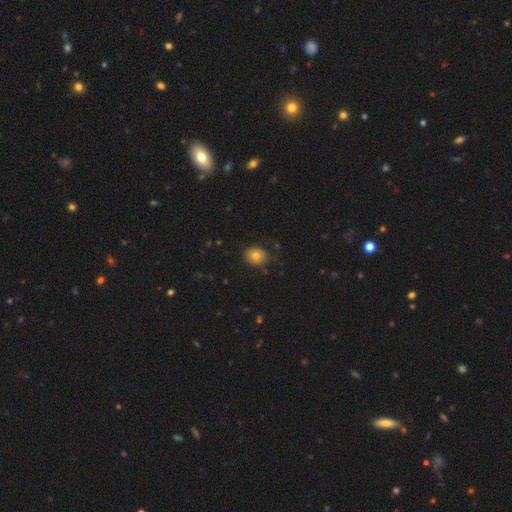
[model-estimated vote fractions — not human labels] A smooth galaxy with no disk features (79%) that is round (70%).

Vote fractions:
- Smooth or featured? smooth: 79% / star or artifact: 11% / featured or disk: 10%
- How rounded? round: 70% / in between: 29% / cigar-shaped: 1%
- Merging? none: 78% / minor disturbance: 17% / major disturbance: 4% / merger: 2%